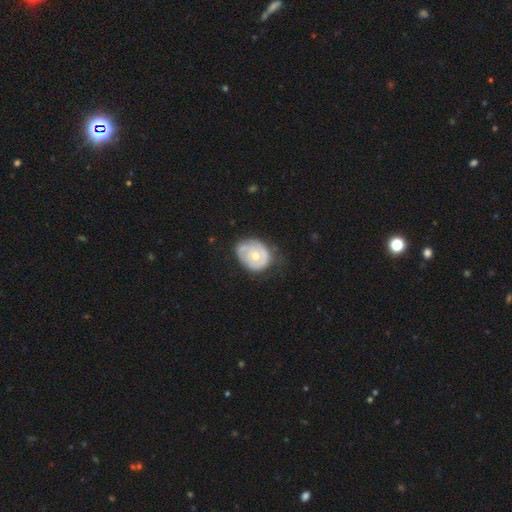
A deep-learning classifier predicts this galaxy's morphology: A featured or disk galaxy (63%) with no bar (84%), spiral arms (62%) and a moderate central bulge (67%).

Vote fractions:
- Smooth or featured? featured or disk: 63% / smooth: 31% / star or artifact: 5%
- Edge-on disk? no: 97% / yes: 3%
- Bar? no: 84% / weak: 13% / strong: 2%
- Spiral arms? yes: 62% / no: 38%
- Bulge size? moderate: 67% / small: 28% / large: 3% / none: 1% / dominant: 1%
- Merging? none: 50% / minor disturbance: 34% / major disturbance: 14% / merger: 2%